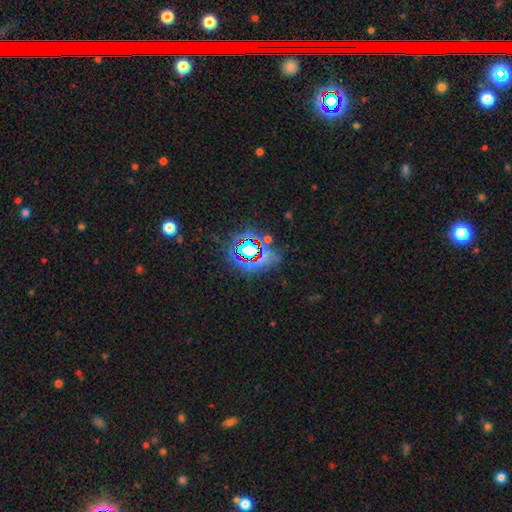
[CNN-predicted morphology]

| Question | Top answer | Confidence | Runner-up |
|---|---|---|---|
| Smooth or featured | star or artifact | 75% | smooth (15%) |